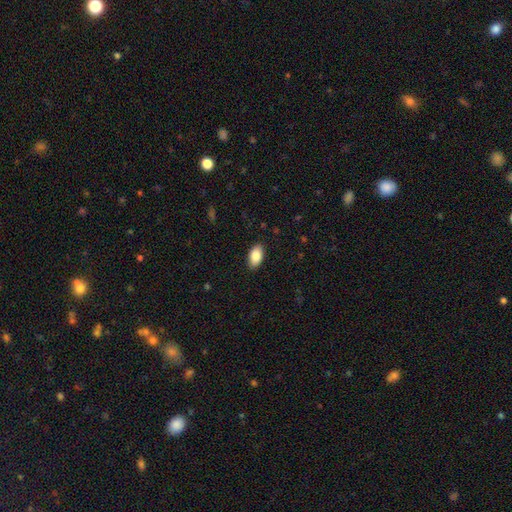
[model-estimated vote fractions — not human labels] smooth-or-featured: smooth: 86% | featured or disk: 7% | star or artifact: 7%
  how-rounded: in between: 94% | round: 3% | cigar-shaped: 2%
  merging: none: 89% | minor disturbance: 9% | major disturbance: 2% | merger: 1%